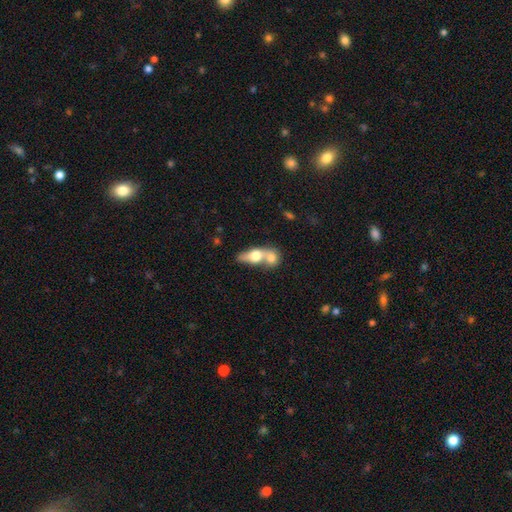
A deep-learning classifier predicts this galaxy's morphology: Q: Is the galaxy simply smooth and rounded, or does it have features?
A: smooth — 64%.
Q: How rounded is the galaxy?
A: in between — 63%.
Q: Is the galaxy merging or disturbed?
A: merger — 74%.